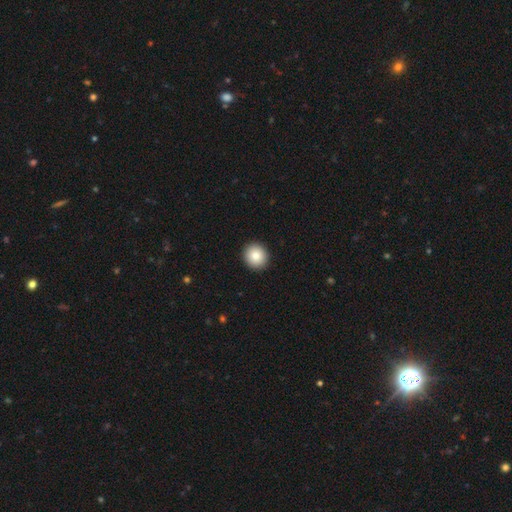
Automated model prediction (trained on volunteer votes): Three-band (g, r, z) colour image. It shows a smooth galaxy with no disk features (84%) that is round (91%). Merging: none (93%).